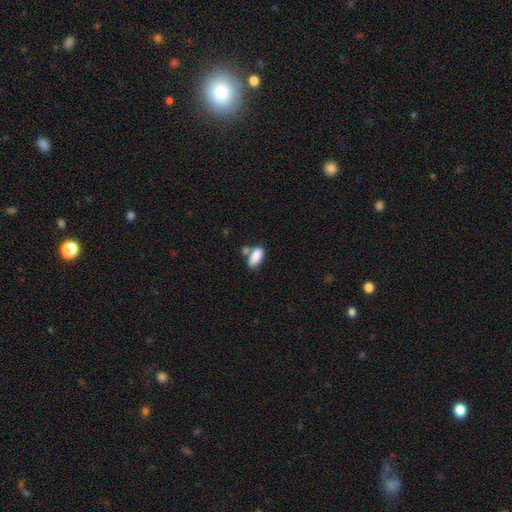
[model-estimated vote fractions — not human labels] Smooth or featured? smooth (85%)
How rounded? in between (90%)
Merging? none (49%)